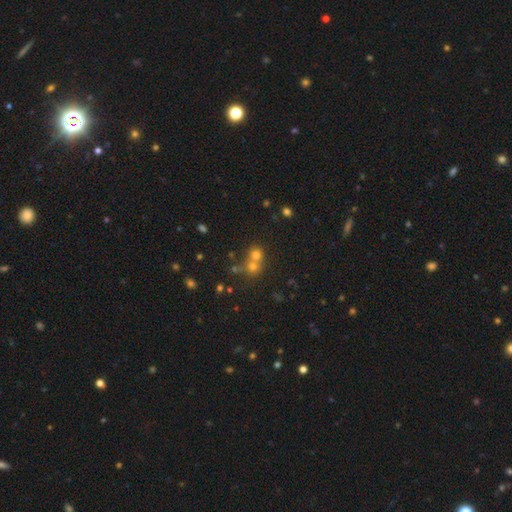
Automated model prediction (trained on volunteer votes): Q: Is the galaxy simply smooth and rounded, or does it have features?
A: smooth — 62%.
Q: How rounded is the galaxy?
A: round — 84%.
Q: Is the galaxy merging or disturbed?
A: merger — 51%.